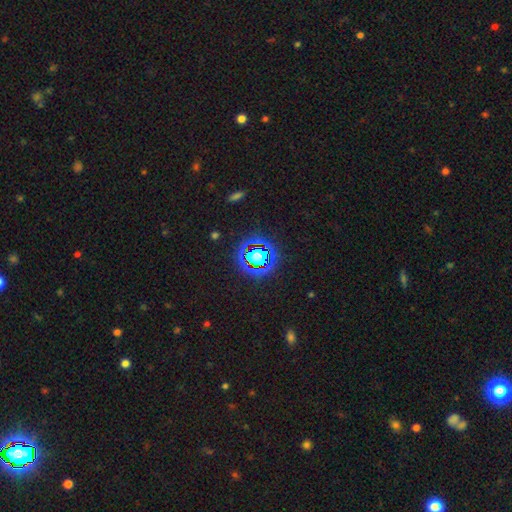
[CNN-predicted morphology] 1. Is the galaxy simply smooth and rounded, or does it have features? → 69% star or artifact, 20% smooth, 11% featured or disk.